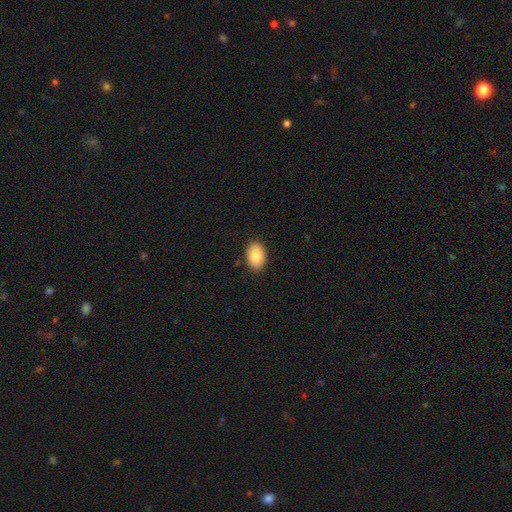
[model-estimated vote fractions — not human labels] Smooth or featured? smooth (88%)
How rounded? in between (88%)
Merging? none (88%)